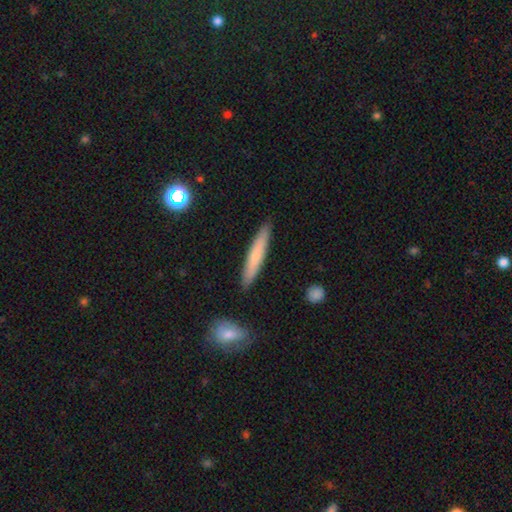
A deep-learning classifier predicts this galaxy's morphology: This appears to be a smooth galaxy with no disk features (65%) that is cigar-shaped (93%). Merging: none (89%).